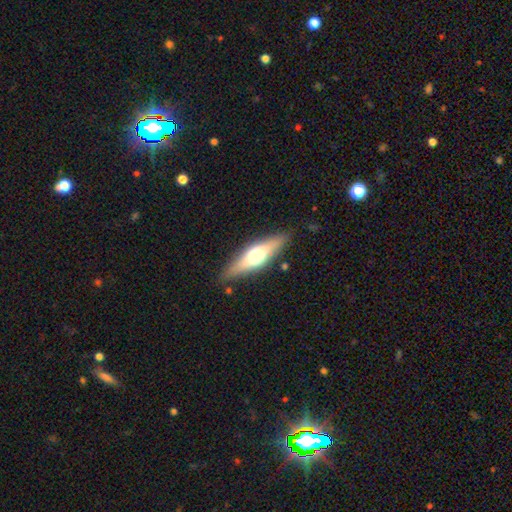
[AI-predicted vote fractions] This appears to be a featured or disk galaxy (52%) viewed edge-on (89%). Merging: none (85%).